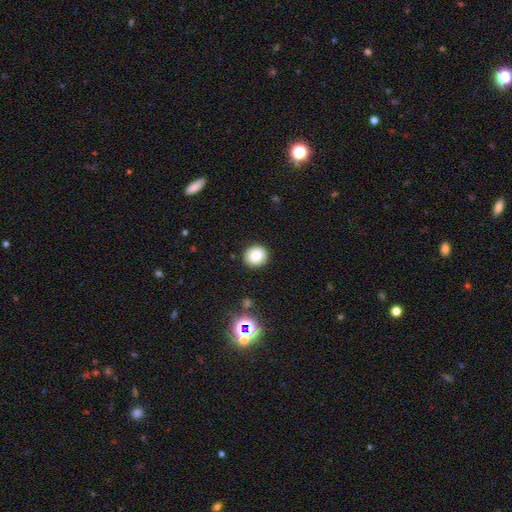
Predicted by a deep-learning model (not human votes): A smooth galaxy with no disk features (82%) that is round (86%).

Vote fractions:
- Smooth or featured? smooth: 82% / star or artifact: 11% / featured or disk: 6%
- How rounded? round: 86% / in between: 13% / cigar-shaped: 1%
- Merging? none: 89% / minor disturbance: 7% / major disturbance: 2% / merger: 1%